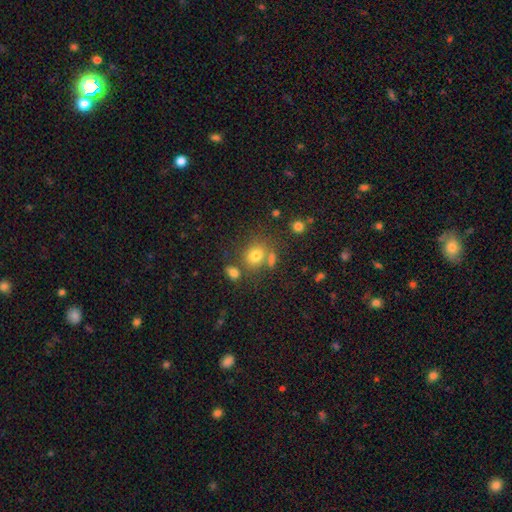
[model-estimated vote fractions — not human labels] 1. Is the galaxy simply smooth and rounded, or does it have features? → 75% smooth, 14% star or artifact, 11% featured or disk.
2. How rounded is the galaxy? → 60% round, 39% in between, 1% cigar-shaped.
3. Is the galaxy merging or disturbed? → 61% none, 20% merger, 13% minor disturbance, 6% major disturbance.